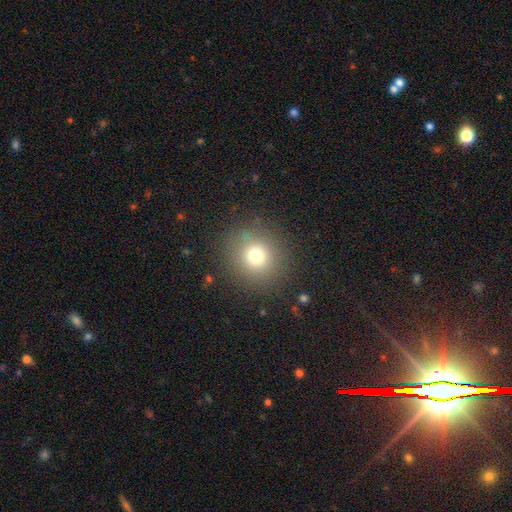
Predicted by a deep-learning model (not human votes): smooth-or-featured: smooth: 74% | star or artifact: 16% | featured or disk: 10%
  how-rounded: round: 90% | in between: 9% | cigar-shaped: 1%
  merging: none: 87% | minor disturbance: 8% | major disturbance: 4% | merger: 1%